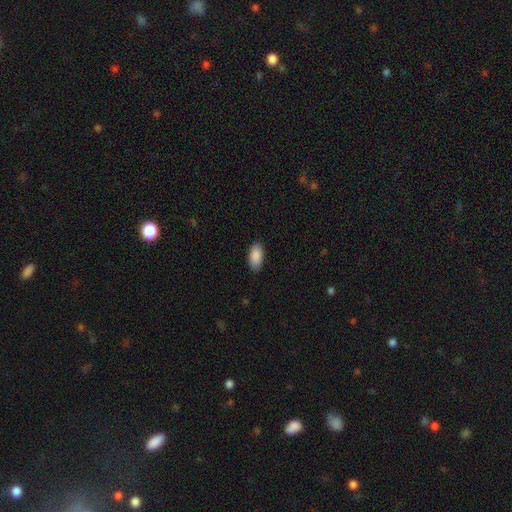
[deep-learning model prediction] This is clearly a smooth galaxy (90%). How rounded: clearly in between (94%). Merging: clearly none (87%).